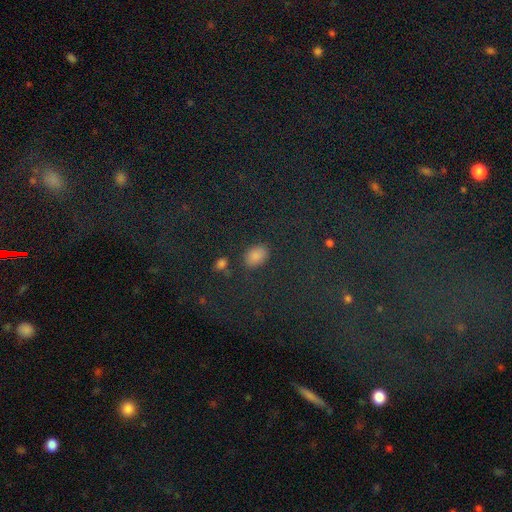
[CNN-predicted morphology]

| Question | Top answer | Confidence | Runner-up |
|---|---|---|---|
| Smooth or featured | smooth | 75% | star or artifact (19%) |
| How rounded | in between | 85% | round (13%) |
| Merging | none | 82% | minor disturbance (11%) |